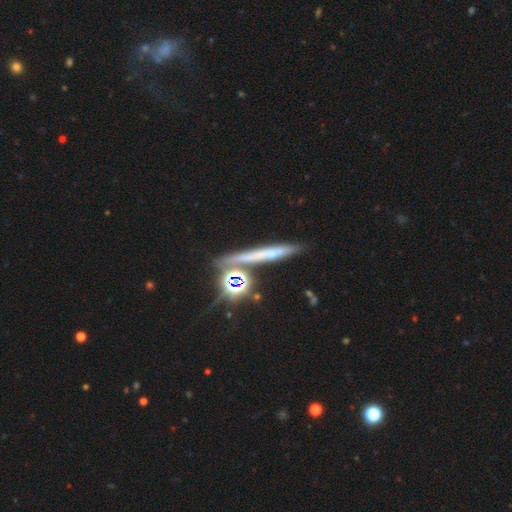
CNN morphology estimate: Smooth or featured?
  - star or artifact: 39% *
  - smooth: 32%
  - featured or disk: 29%